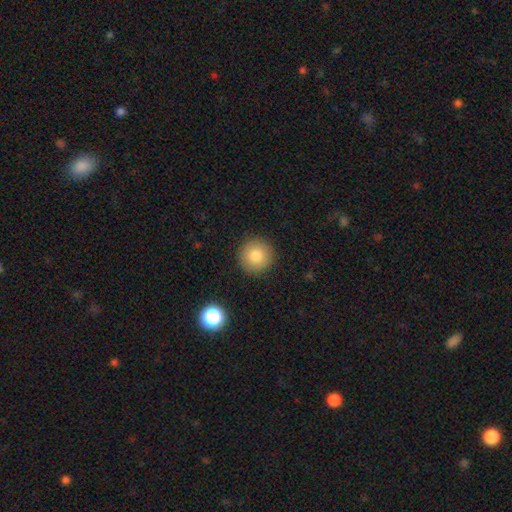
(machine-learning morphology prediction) type=smooth (83%); roundness=round (95%); merging=none (91%).